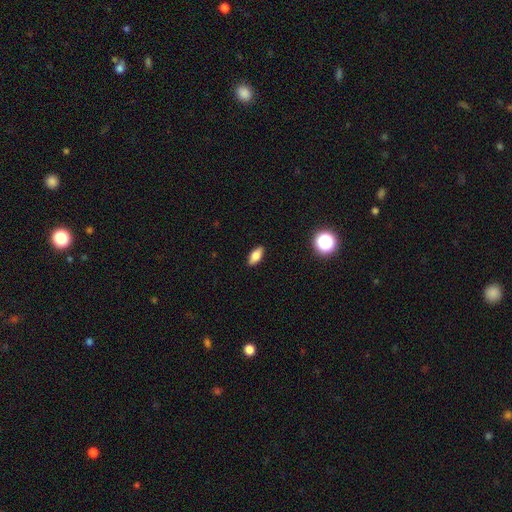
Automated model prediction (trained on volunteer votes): Smooth or featured? Predicted: smooth (p=0.79). How rounded? Predicted: in between (p=0.83). Merging? Predicted: none (p=0.89).